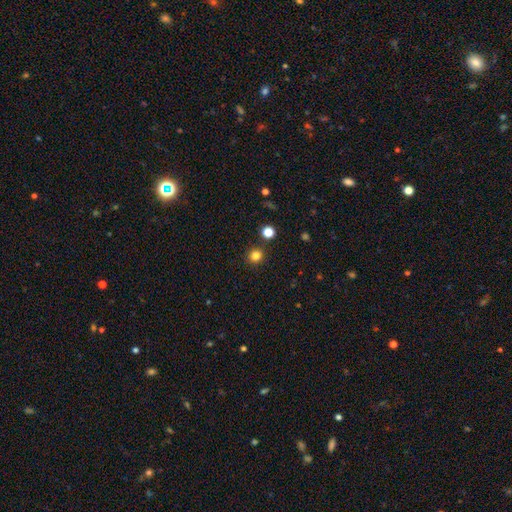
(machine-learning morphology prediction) Smooth or featured: smooth — 81% (star or artifact — 15%)
How rounded: round — 91% (in between — 8%)
Merging: none — 89% (minor disturbance — 5%)